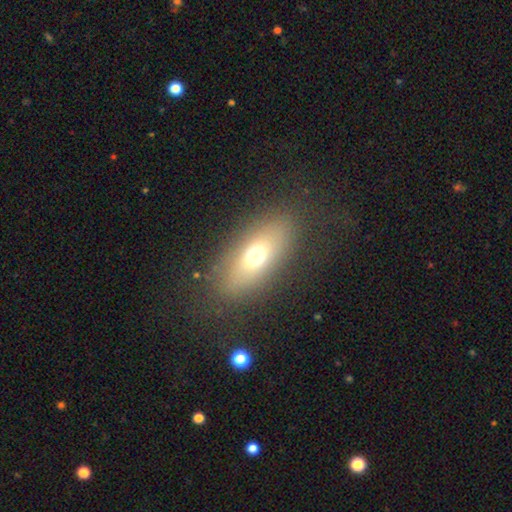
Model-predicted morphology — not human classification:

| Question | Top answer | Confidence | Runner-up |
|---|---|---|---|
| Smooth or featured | smooth | 65% | featured or disk (23%) |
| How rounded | in between | 77% | cigar-shaped (15%) |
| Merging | none | 83% | minor disturbance (10%) |